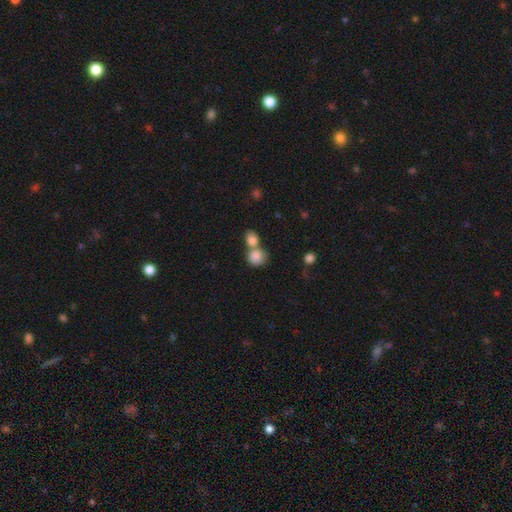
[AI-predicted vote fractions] Q: Smooth or featured?
A: smooth (84%); runner-up: star or artifact (9%)
Q: How rounded?
A: round (79%); runner-up: in between (20%)
Q: Merging?
A: merger (54%); runner-up: none (36%)